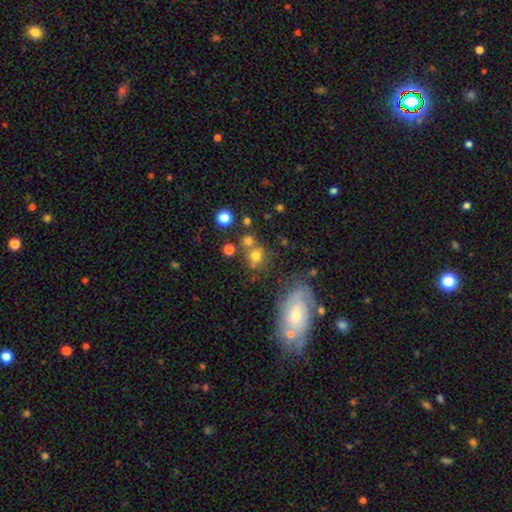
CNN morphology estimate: The model was most divided on "merging": none: 57%, merger: 24%, minor disturbance: 13%, major disturbance: 7%. More confident: how rounded — round (77%); smooth or featured — smooth (70%).